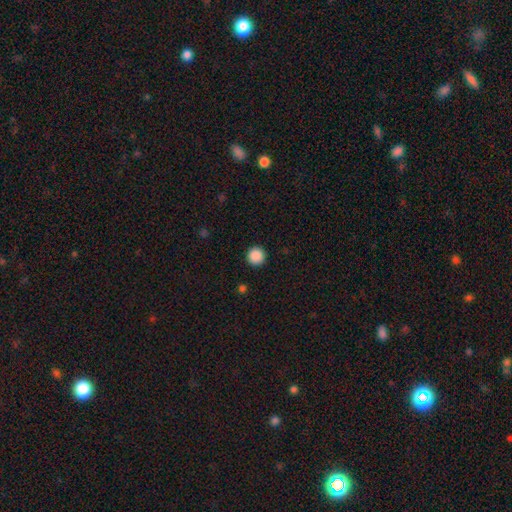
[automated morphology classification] A smooth galaxy with no disk features (89%) that is round (96%). Merging: none (93%).